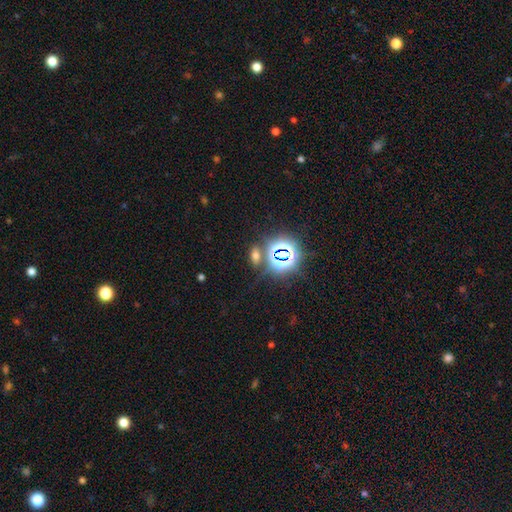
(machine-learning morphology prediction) Overall: smooth (46%; star or artifact 44%). Merging: none (75%).